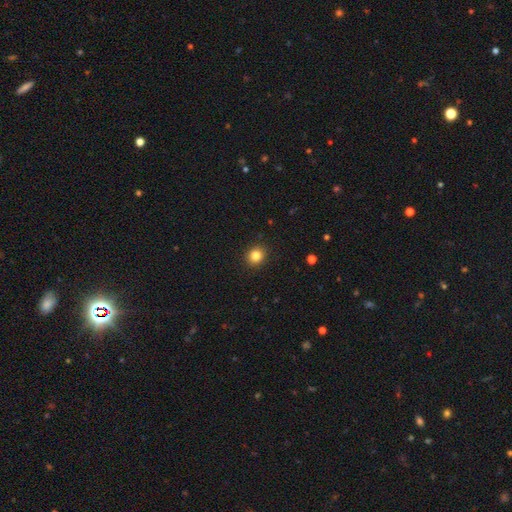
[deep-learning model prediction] smooth_or_featured: smooth (p=0.84) [alt: star or artifact p=0.11]
how_rounded: round (p=0.85) [alt: in between p=0.14]
merging: none (p=0.92) [alt: minor disturbance p=0.06]